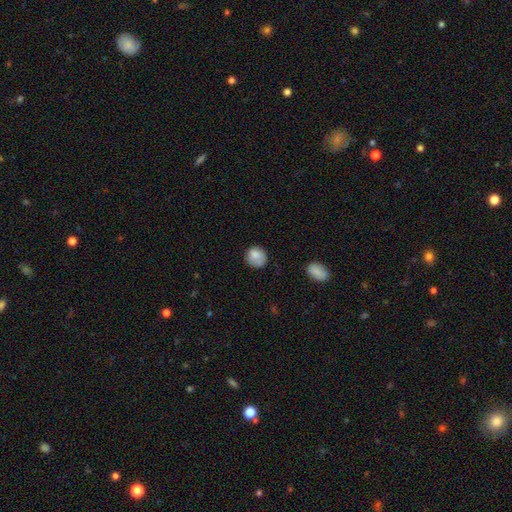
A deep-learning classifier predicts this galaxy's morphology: Smooth or featured? Predicted: smooth (p=0.83). How rounded? Predicted: round (p=0.84). Merging? Predicted: none (p=0.69).